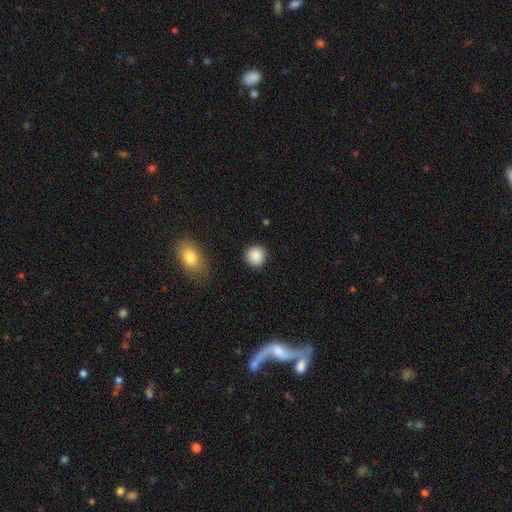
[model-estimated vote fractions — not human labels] Overall: smooth (89%). How rounded: round (91%). Merging: none (88%).